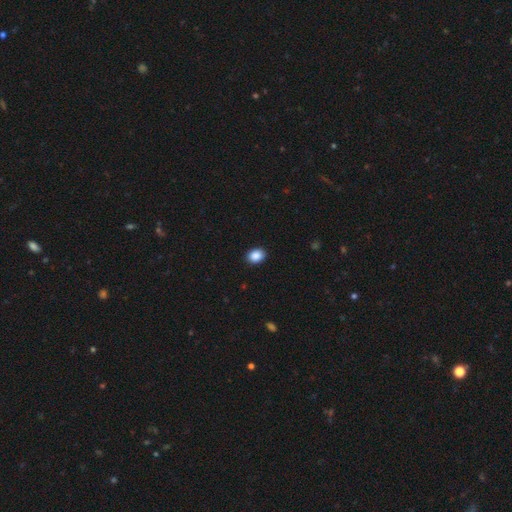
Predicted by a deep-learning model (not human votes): A smooth galaxy with no disk features (89%) that is in between round and cigar-shaped (64%). Merging: none (91%).